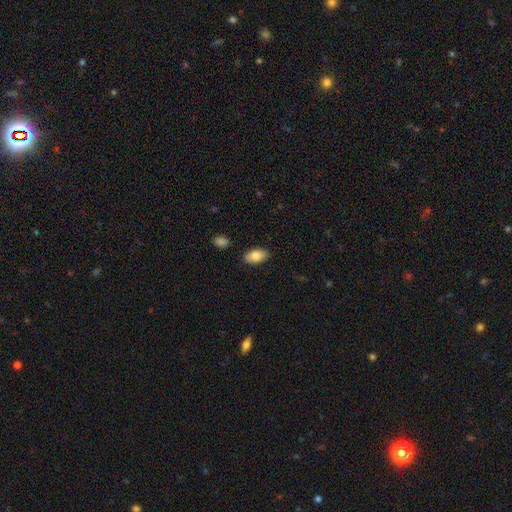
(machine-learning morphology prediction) Smooth or featured: smooth — 83% (featured or disk — 10%)
How rounded: in between — 93% (cigar-shaped — 4%)
Merging: none — 88% (minor disturbance — 9%)